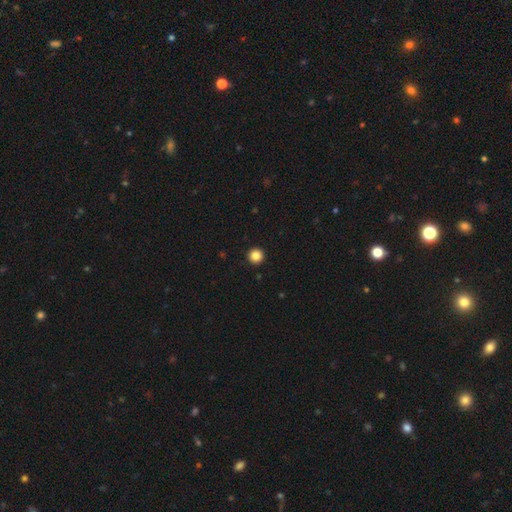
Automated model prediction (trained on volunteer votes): smooth 86%, star or artifact 11%, featured or disk 4%. Down the decision tree: how rounded — round (96%); merging — none (94%).